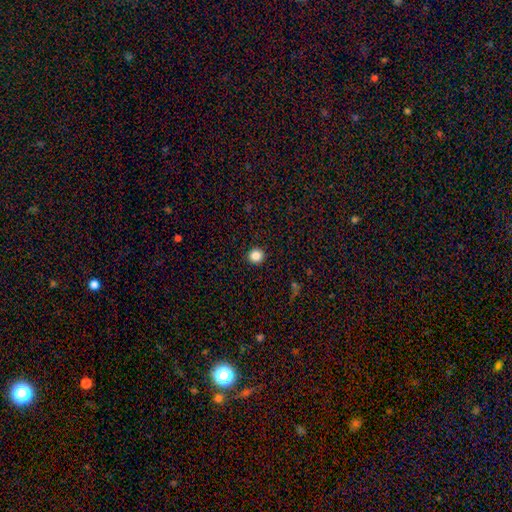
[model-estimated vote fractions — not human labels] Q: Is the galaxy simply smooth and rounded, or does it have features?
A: smooth — 86%.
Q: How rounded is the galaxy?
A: round — 93%.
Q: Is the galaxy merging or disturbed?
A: none — 93%.